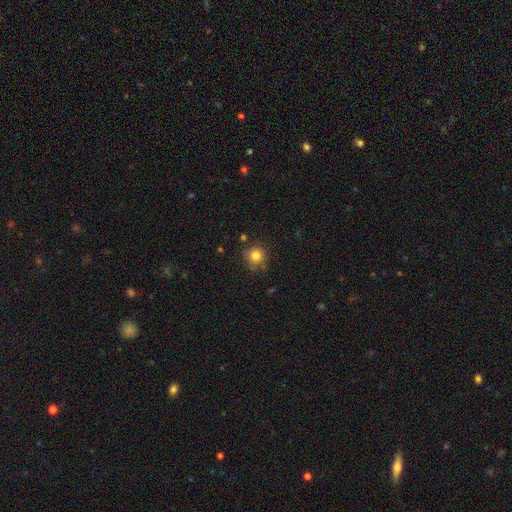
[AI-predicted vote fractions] Smooth or featured? smooth (81%)
How rounded? round (90%)
Merging? none (74%)